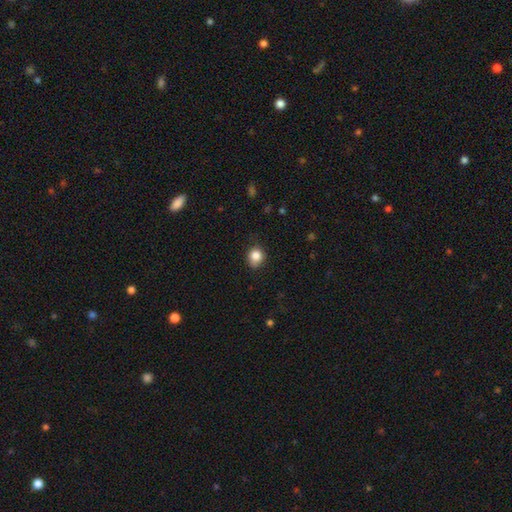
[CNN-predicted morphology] smooth-or-featured: smooth: 84% | star or artifact: 10% | featured or disk: 6%
  how-rounded: round: 75% | in between: 24% | cigar-shaped: 1%
  merging: none: 71% | minor disturbance: 23% | major disturbance: 4% | merger: 1%